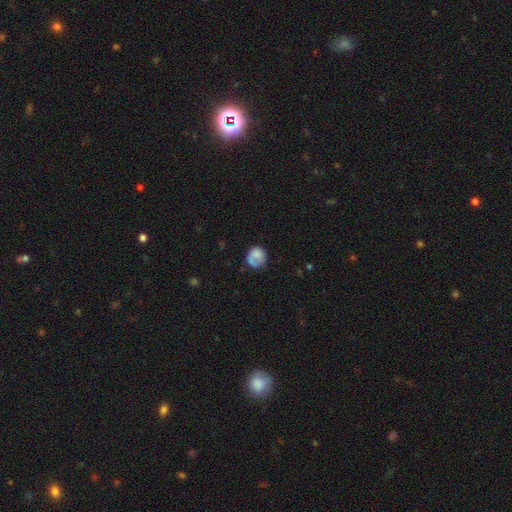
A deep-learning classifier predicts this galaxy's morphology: smooth 68%, featured or disk 24%, star or artifact 8%. Down the decision tree: how rounded — round (76%); merging — none (50%).